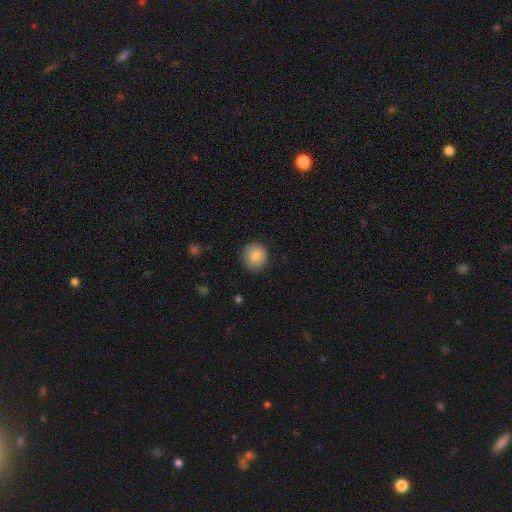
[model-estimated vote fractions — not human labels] Smooth or featured: smooth — 86% (star or artifact — 8%)
How rounded: round — 87% (in between — 12%)
Merging: none — 88% (minor disturbance — 9%)